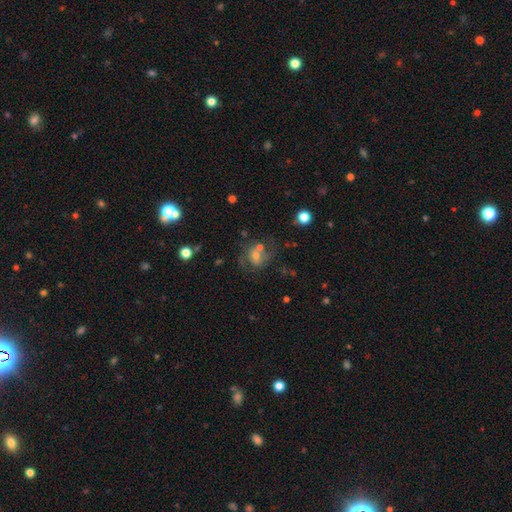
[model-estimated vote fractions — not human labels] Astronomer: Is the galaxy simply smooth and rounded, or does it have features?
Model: featured or disk — 46% (runner-up: smooth, 37%).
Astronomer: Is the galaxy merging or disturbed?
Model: none — 45% (runner-up: merger, 24%).